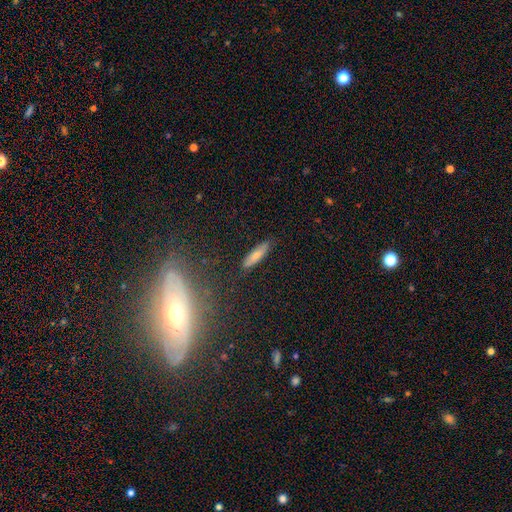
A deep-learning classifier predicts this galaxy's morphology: type=smooth (71%); roundness=cigar-shaped (64%); merging=none (83%).